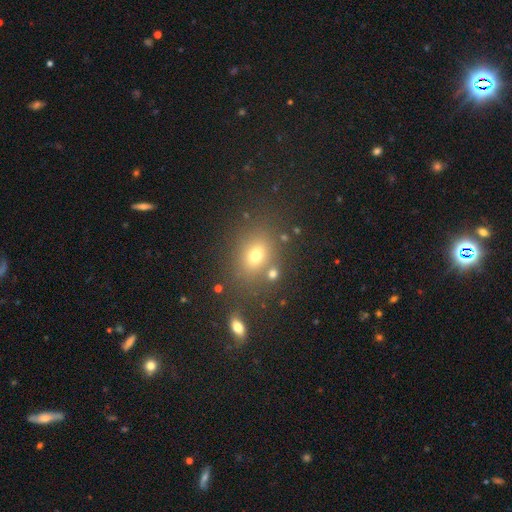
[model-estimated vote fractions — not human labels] The model was most divided on "how rounded": in between: 58%, round: 40%, cigar-shaped: 2%. More confident: merging — none (74%); smooth or featured — smooth (67%).